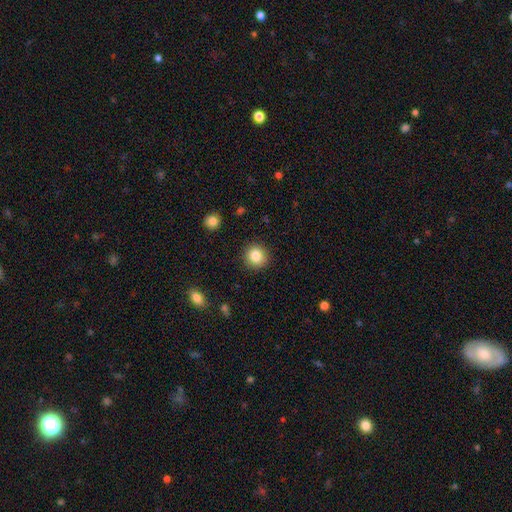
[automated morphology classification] smooth-or-featured: smooth: 85% | star or artifact: 9% | featured or disk: 6%
  how-rounded: round: 92% | in between: 7% | cigar-shaped: 1%
  merging: none: 90% | minor disturbance: 6% | major disturbance: 2% | merger: 1%